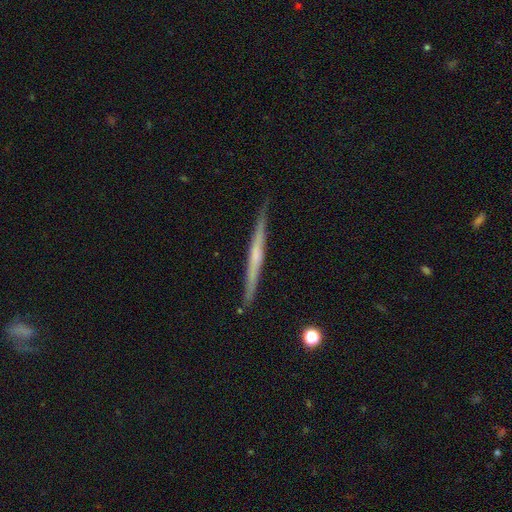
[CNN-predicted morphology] Q: Smooth or featured?
A: featured or disk (65%); runner-up: smooth (29%)
Q: Edge-on disk?
A: yes (98%); runner-up: no (2%)
Q: Edge-on bulge?
A: none (64%); runner-up: rounded (28%)
Q: Merging?
A: none (90%); runner-up: minor disturbance (8%)